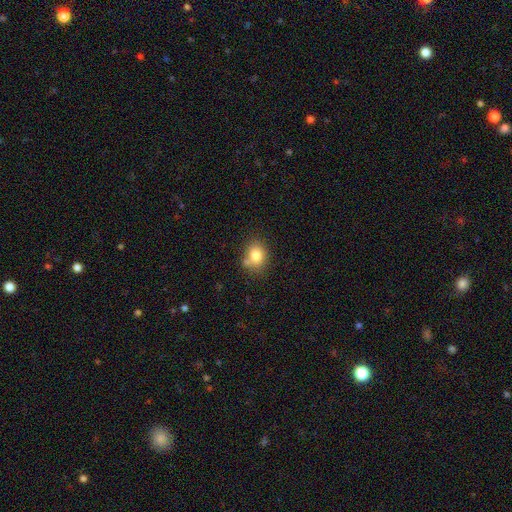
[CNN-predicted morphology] smooth_or_featured: smooth (p=0.80) [alt: star or artifact p=0.10]
how_rounded: round (p=0.54) [alt: in between p=0.45]
merging: none (p=0.64) [alt: minor disturbance p=0.18]